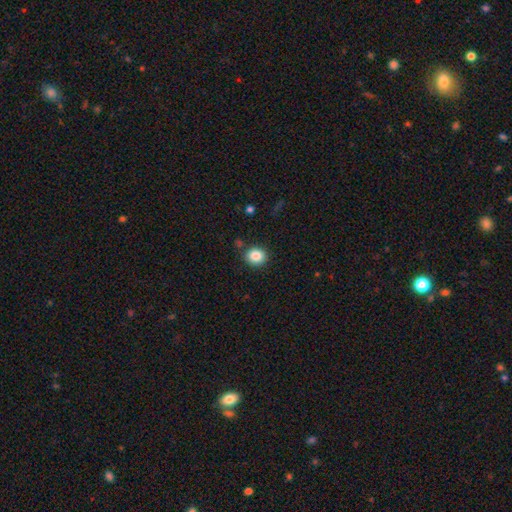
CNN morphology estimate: Smooth or featured: smooth — 86% (star or artifact — 9%)
How rounded: round — 72% (in between — 28%)
Merging: none — 85% (minor disturbance — 9%)